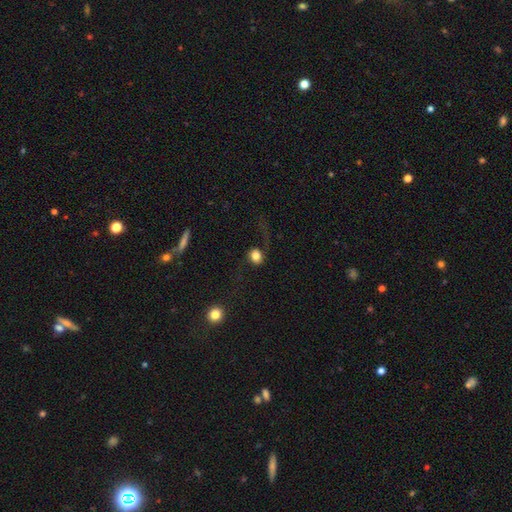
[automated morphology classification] Smooth or featured: smooth — 66% (featured or disk — 24%)
How rounded: round — 73% (in between — 26%)
Merging: none — 46% (major disturbance — 34%)